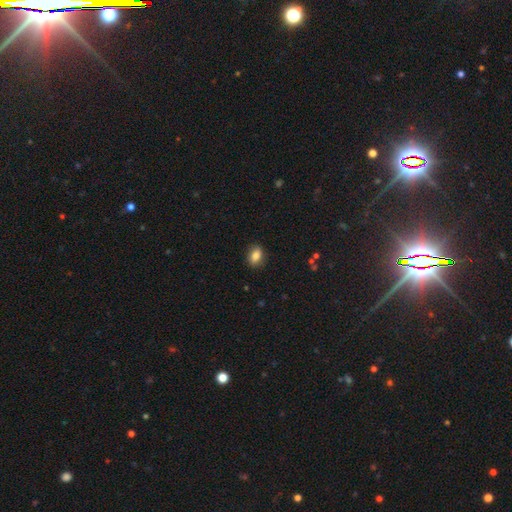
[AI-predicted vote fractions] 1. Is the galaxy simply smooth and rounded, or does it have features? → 84% smooth, 8% star or artifact, 8% featured or disk.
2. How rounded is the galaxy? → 80% in between, 18% round, 3% cigar-shaped.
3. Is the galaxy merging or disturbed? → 87% none, 10% minor disturbance, 2% major disturbance, 1% merger.